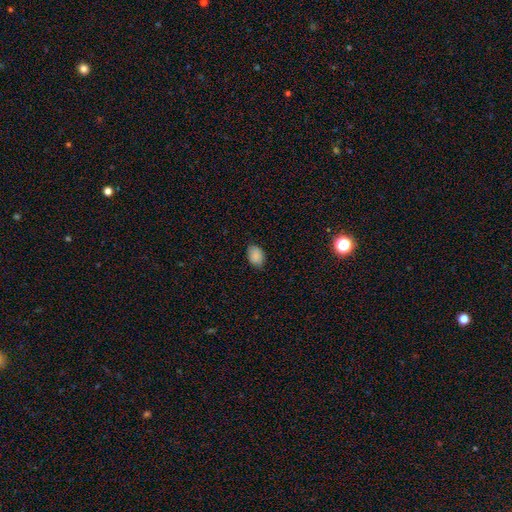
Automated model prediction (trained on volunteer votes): A smooth galaxy with no disk features (88%) that is in between round and cigar-shaped (82%).

Vote fractions:
- Smooth or featured? smooth: 88% / star or artifact: 8% / featured or disk: 4%
- How rounded? in between: 82% / round: 17% / cigar-shaped: 1%
- Merging? none: 84% / minor disturbance: 13% / major disturbance: 2% / merger: 1%